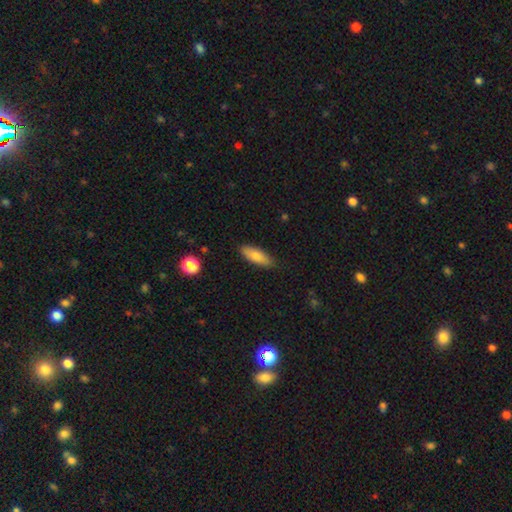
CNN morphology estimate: The model was most divided on "how rounded": in between: 65%, cigar-shaped: 32%, round: 3%. More confident: merging — none (86%); smooth or featured — smooth (76%).